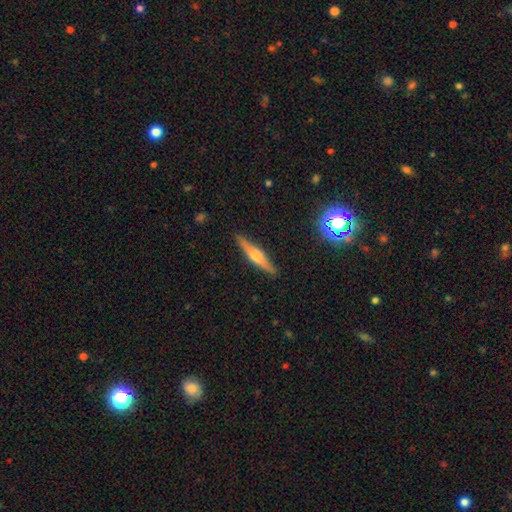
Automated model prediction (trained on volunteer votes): This appears to be a featured or disk galaxy (56%) viewed edge-on (96%) with a rounded central bulge (74%). Merging: none (89%).